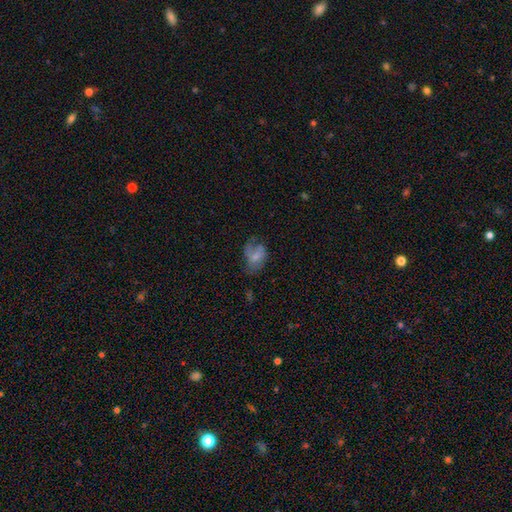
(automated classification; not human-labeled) This is possibly a smooth galaxy (48%). Merging: marginally none (35%).